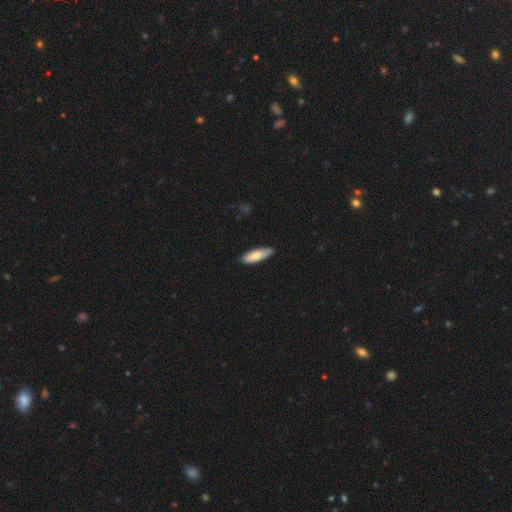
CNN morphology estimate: The model was most divided on "how rounded": in between: 55%, cigar-shaped: 43%, round: 2%. More confident: merging — none (84%); smooth or featured — smooth (77%).